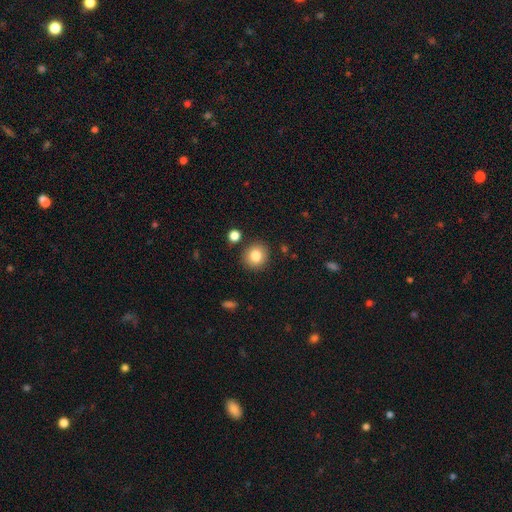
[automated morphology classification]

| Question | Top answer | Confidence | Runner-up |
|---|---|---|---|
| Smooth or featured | smooth | 82% | star or artifact (10%) |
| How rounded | round | 89% | in between (10%) |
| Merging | none | 88% | minor disturbance (7%) |